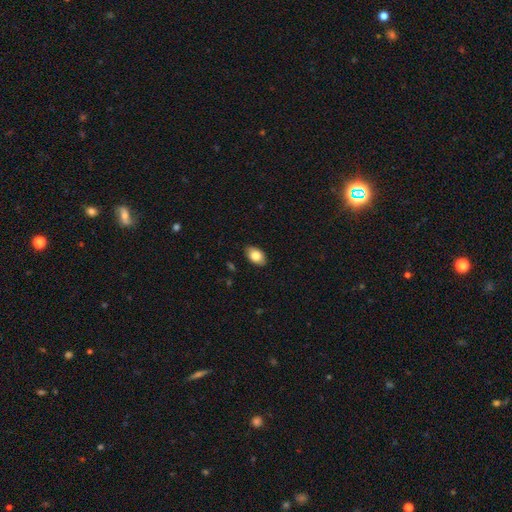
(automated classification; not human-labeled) smooth 83%, featured or disk 10%, star or artifact 7%. Down the decision tree: how rounded — in between (90%); merging — none (87%).